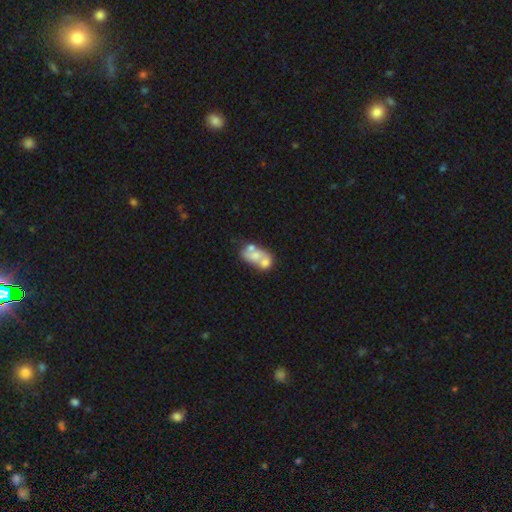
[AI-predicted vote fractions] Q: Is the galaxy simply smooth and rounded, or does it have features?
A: smooth — 47%.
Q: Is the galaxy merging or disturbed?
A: merger — 60%.